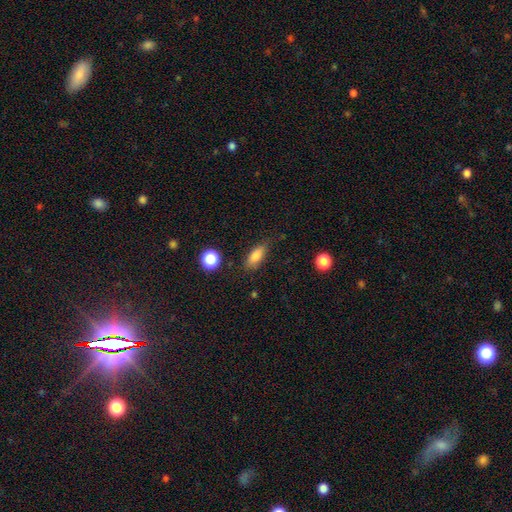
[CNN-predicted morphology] The model was most divided on "how rounded": in between: 69%, cigar-shaped: 26%, round: 5%. More confident: smooth or featured — smooth (79%); merging — none (76%).